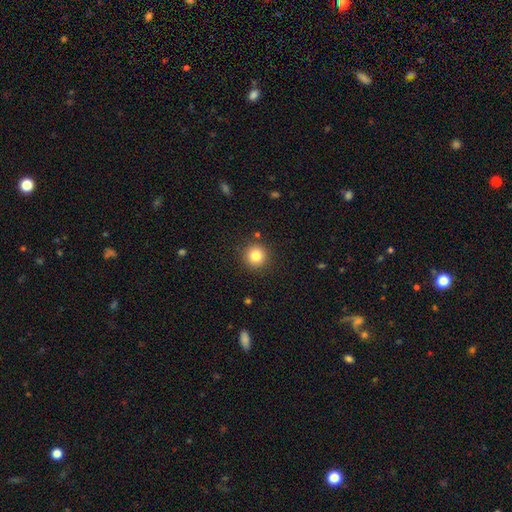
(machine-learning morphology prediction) smooth 83%, star or artifact 11%, featured or disk 6%. Down the decision tree: how rounded — round (94%); merging — none (90%).